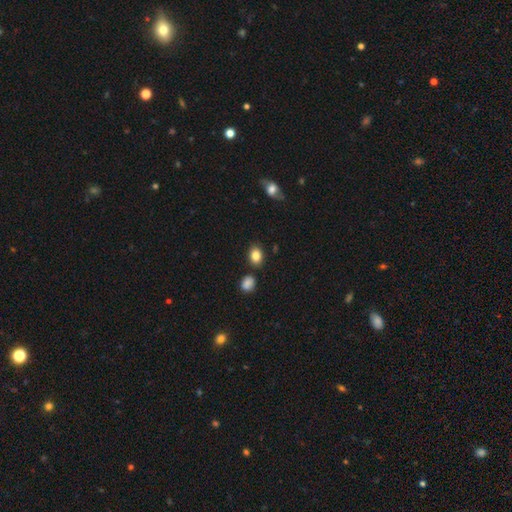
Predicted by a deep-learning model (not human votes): Smooth or featured? Predicted: smooth (p=0.84). How rounded? Predicted: in between (p=0.66). Merging? Predicted: none (p=0.82).